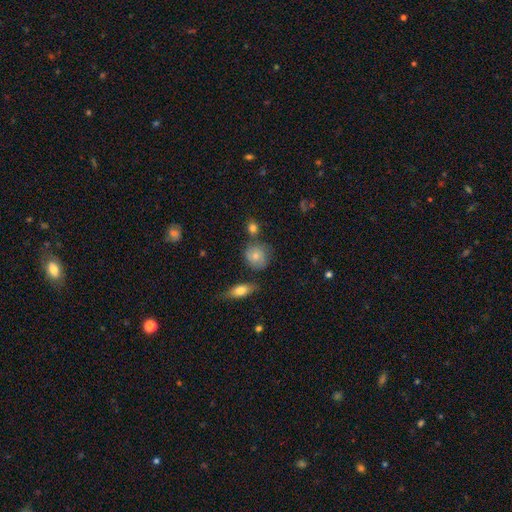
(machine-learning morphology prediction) This is likely a smooth galaxy (71%). How rounded: likely round (78%). Merging: likely none (64%).